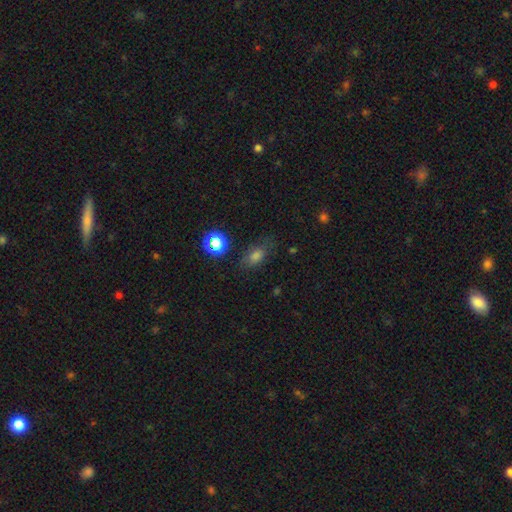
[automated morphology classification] Overall: smooth (68%). How rounded: in between (76%). Merging: none (74%).